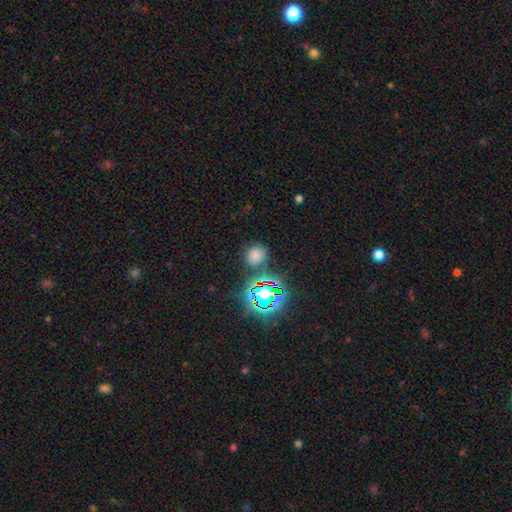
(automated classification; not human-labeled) smooth-or-featured: smooth: 65% | star or artifact: 29% | featured or disk: 6%
  how-rounded: round: 76% | in between: 23% | cigar-shaped: 1%
  merging: none: 80% | minor disturbance: 11% | merger: 6% | major disturbance: 4%